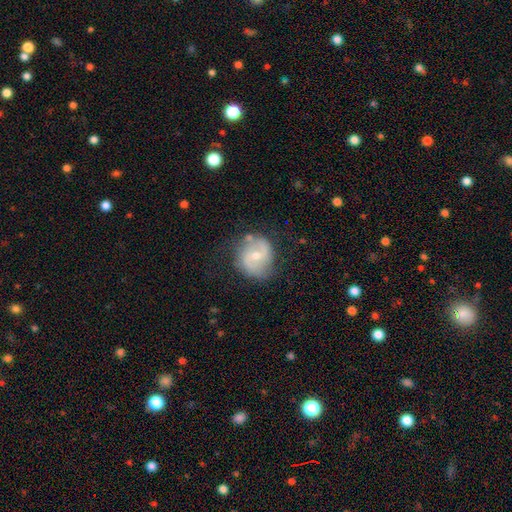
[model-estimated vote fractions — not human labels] featured or disk 67%, smooth 26%, star or artifact 7%. Down the decision tree: edge-on disk — no (97%); bar — weak (46%); spiral arms — yes (84%); spiral arm count — 2 (86%); spiral winding — medium (46%); bulge size — moderate (49%); merging — none (72%).